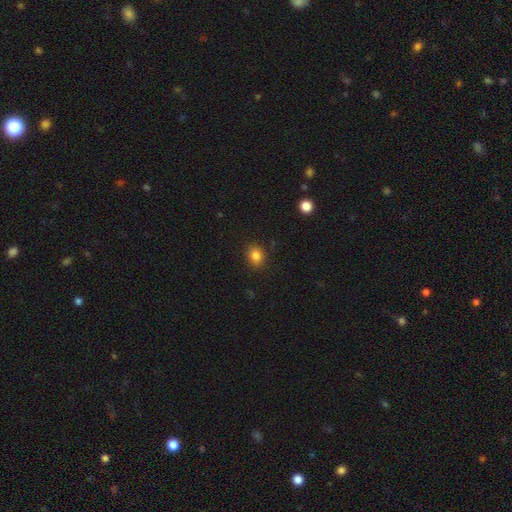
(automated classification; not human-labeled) Q: Smooth or featured?
A: smooth (84%); runner-up: star or artifact (11%)
Q: How rounded?
A: round (53%); runner-up: in between (46%)
Q: Merging?
A: none (86%); runner-up: minor disturbance (10%)